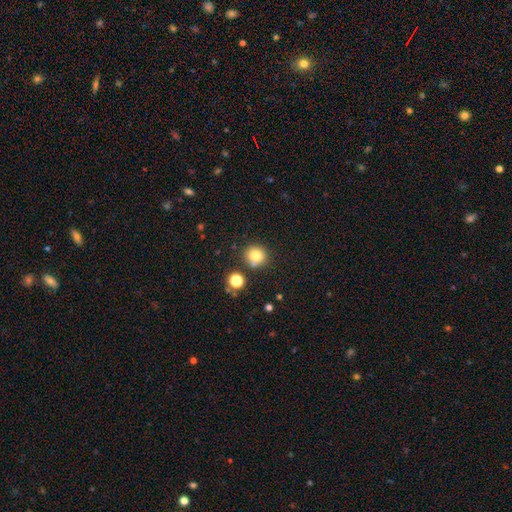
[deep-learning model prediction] Morphology: type=smooth (79%); roundness=round (90%); merging=none (77%).